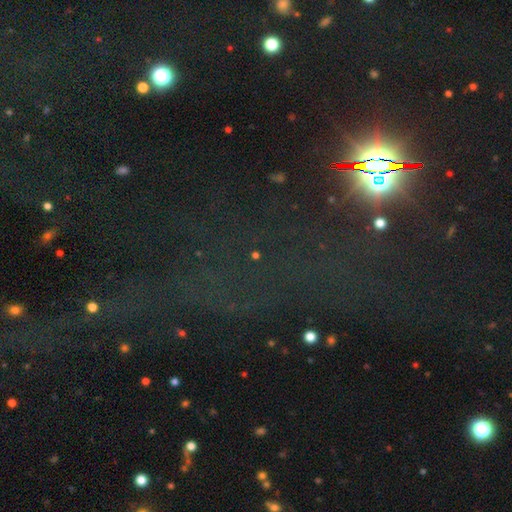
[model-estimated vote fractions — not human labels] Morphology: type=star or artifact (78%).